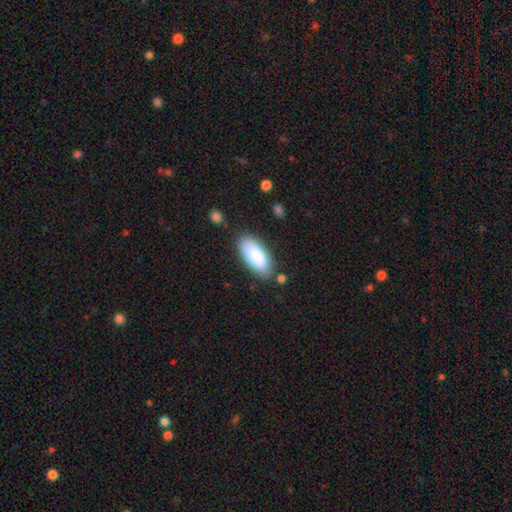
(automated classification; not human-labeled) Smooth or featured: smooth — 85% (featured or disk — 9%)
How rounded: in between — 91% (cigar-shaped — 7%)
Merging: none — 80% (minor disturbance — 14%)